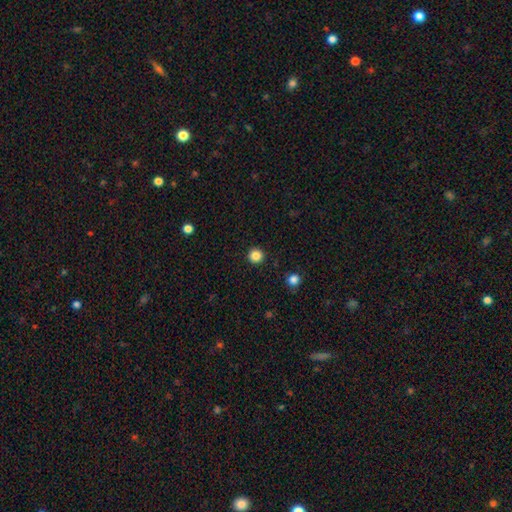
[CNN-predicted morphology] Smooth or featured? Predicted: smooth (p=0.85). How rounded? Predicted: round (p=0.95). Merging? Predicted: none (p=0.93).